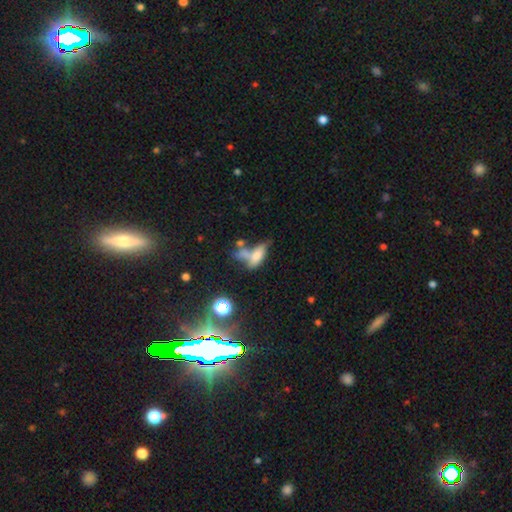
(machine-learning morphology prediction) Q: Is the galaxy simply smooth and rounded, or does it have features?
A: smooth — 61%.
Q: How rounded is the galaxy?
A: in between — 75%.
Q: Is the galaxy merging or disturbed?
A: merger — 42%.